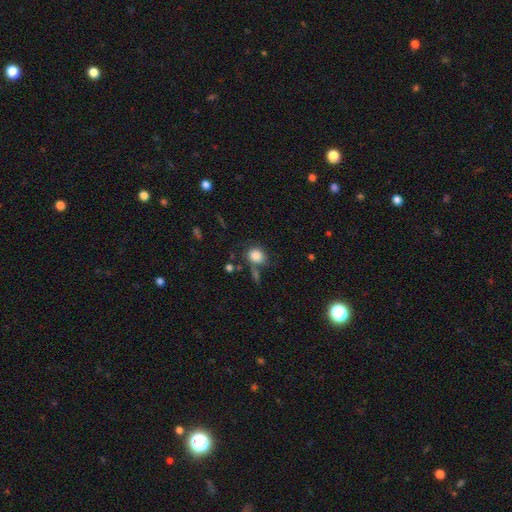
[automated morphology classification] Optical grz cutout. It shows a smooth galaxy with no disk features (84%) that is round (68%). Merging: none (61%).